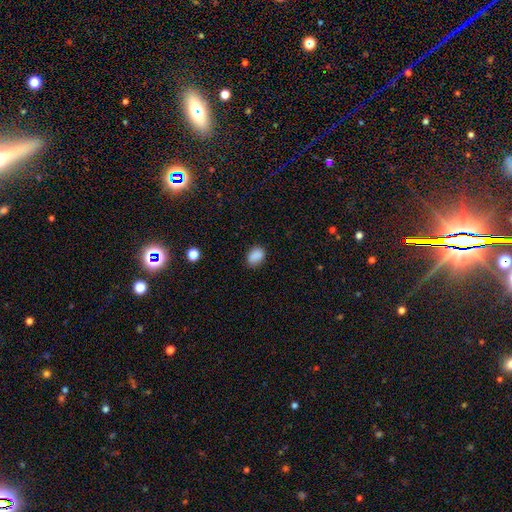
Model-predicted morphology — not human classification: smooth-or-featured: smooth: 87% | star or artifact: 9% | featured or disk: 4%
  how-rounded: in between: 79% | round: 20% | cigar-shaped: 1%
  merging: none: 79% | minor disturbance: 16% | major disturbance: 3% | merger: 1%